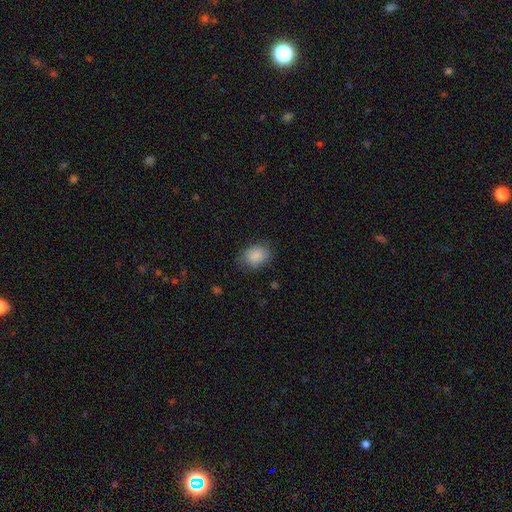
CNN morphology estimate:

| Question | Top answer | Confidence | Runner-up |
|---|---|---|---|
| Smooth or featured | smooth | 88% | star or artifact (8%) |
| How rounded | in between | 69% | round (30%) |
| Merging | none | 76% | minor disturbance (18%) |